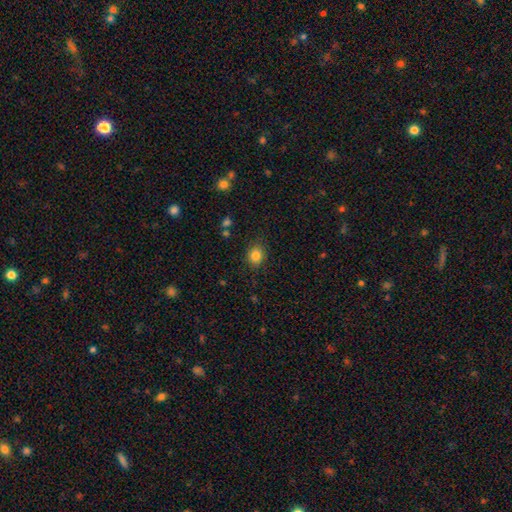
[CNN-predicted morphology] Smooth or featured? Predicted: smooth (p=0.83). How rounded? Predicted: round (p=0.62). Merging? Predicted: none (p=0.84).